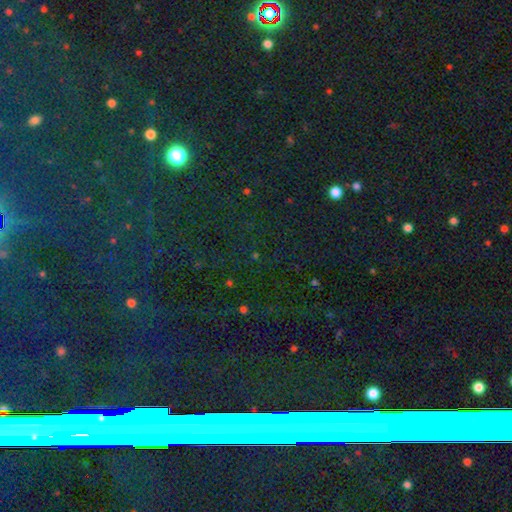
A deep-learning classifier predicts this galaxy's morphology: This appears to be a star or artifact, not a galaxy (76%).